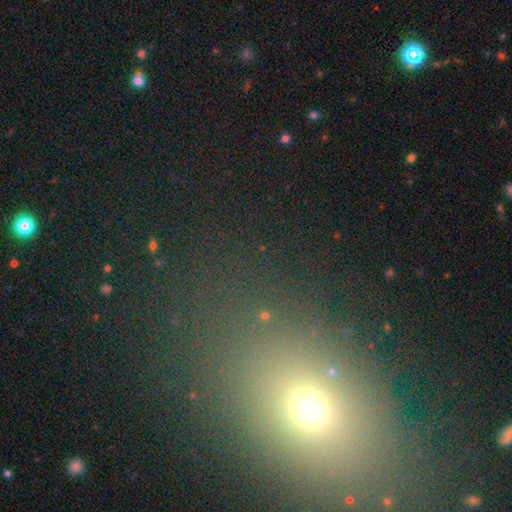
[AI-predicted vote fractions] smooth 46%, star or artifact 42%, featured or disk 12%. Down the decision tree: merging — none (80%).